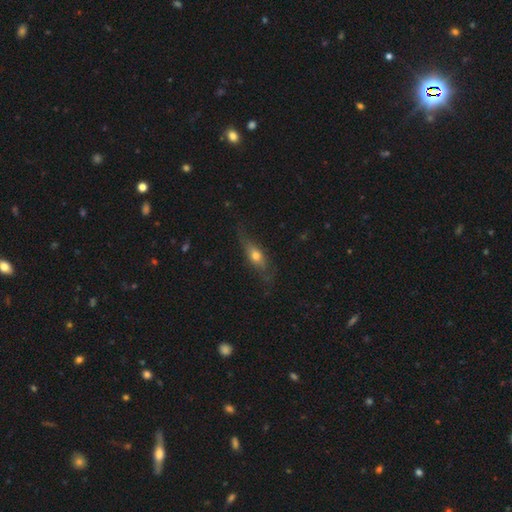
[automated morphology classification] A smooth galaxy with no disk features (49%).

Vote fractions:
- Smooth or featured? smooth: 49% / featured or disk: 43% / star or artifact: 8%
- Merging? none: 66% / minor disturbance: 23% / major disturbance: 10% / merger: 2%